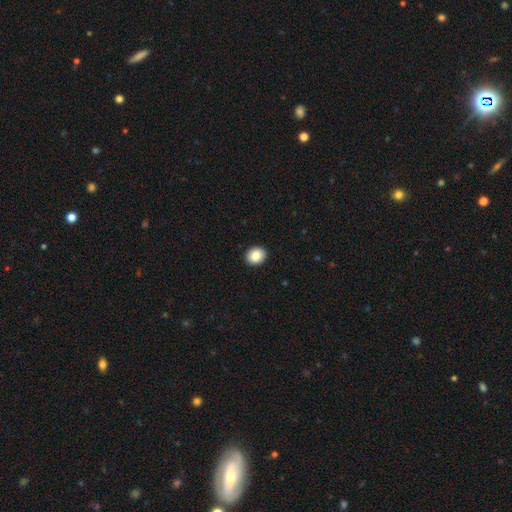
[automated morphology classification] A smooth galaxy with no disk features (85%) that is round (69%). Merging: none (92%).